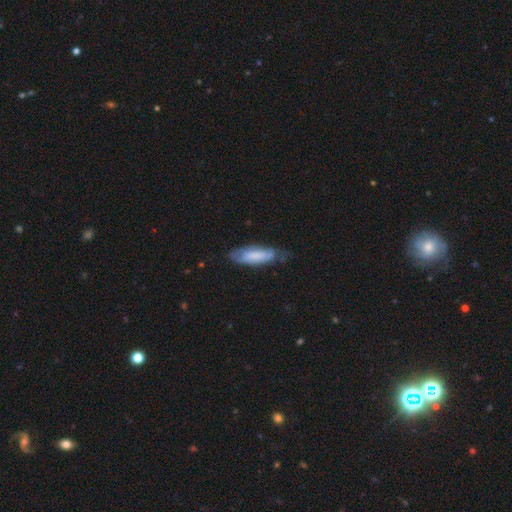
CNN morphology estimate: Smooth or featured?
  - smooth: 63% *
  - featured or disk: 31%
  - star or artifact: 6%
How rounded?
  - in between: 55% *
  - cigar-shaped: 43%
  - round: 2%
Merging?
  - none: 57% *
  - minor disturbance: 31%
  - major disturbance: 10%
  - merger: 2%